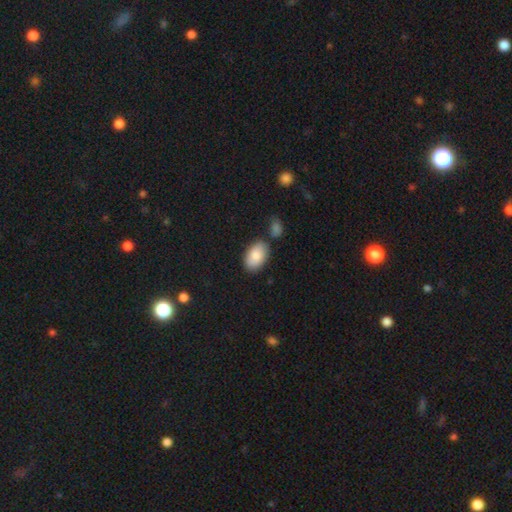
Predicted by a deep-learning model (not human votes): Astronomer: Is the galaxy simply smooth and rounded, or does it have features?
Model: smooth — 86%.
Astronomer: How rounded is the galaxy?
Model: in between — 93%.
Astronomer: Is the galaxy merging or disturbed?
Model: none — 75%.